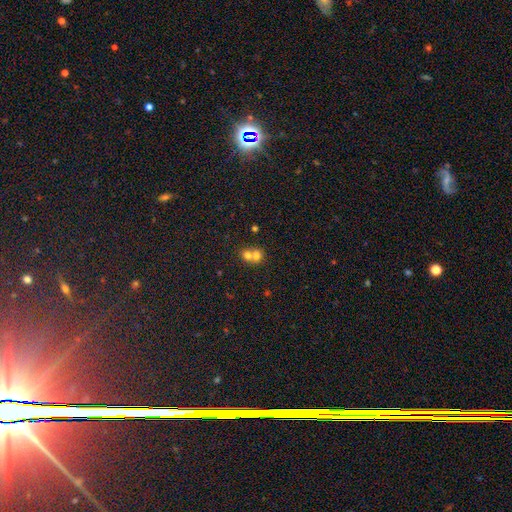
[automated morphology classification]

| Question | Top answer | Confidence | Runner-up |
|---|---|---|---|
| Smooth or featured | smooth | 71% | featured or disk (16%) |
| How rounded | round | 75% | in between (24%) |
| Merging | merger | 69% | none (25%) |